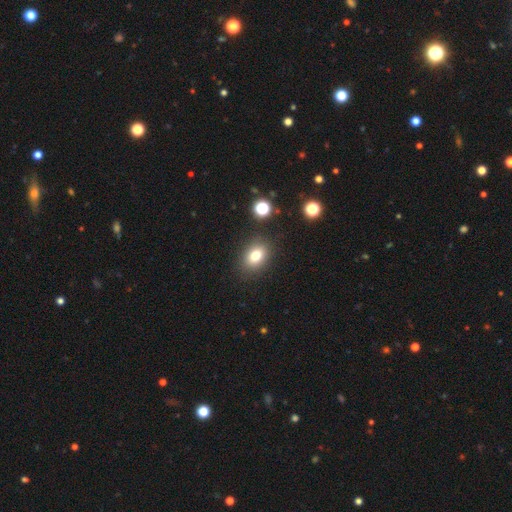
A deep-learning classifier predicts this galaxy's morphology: Smooth or featured: smooth — 78% (star or artifact — 12%)
How rounded: in between — 66% (round — 33%)
Merging: none — 86% (minor disturbance — 9%)